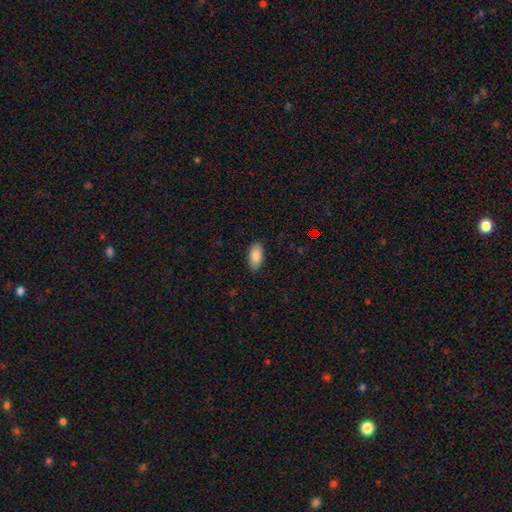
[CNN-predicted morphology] A smooth galaxy with no disk features (88%) that is in between round and cigar-shaped (93%). Merging: none (87%).